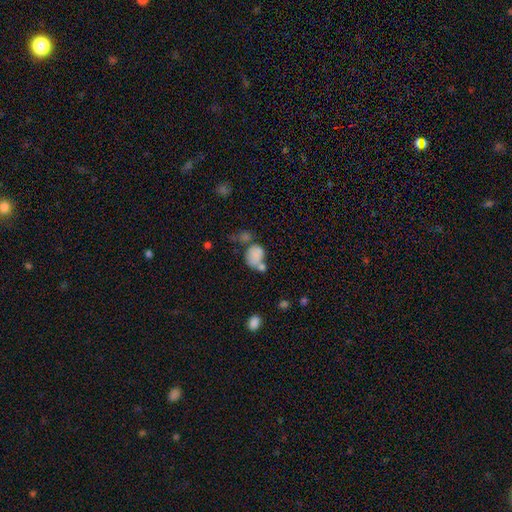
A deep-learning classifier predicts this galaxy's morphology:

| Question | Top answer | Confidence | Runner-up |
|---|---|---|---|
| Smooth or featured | smooth | 77% | featured or disk (13%) |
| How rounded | in between | 57% | round (42%) |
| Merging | merger | 42% | none (29%) |